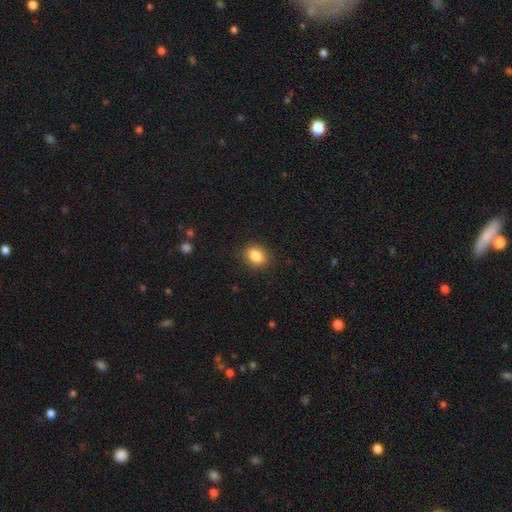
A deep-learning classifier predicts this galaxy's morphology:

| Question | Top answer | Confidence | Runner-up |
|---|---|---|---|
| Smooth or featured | smooth | 86% | star or artifact (9%) |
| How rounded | round | 50% | in between (49%) |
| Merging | none | 88% | minor disturbance (9%) |